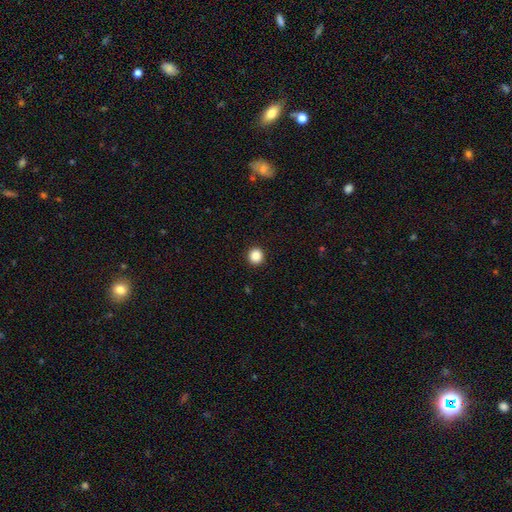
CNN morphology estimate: Overall: smooth (88%). How rounded: round (93%). Merging: none (93%).